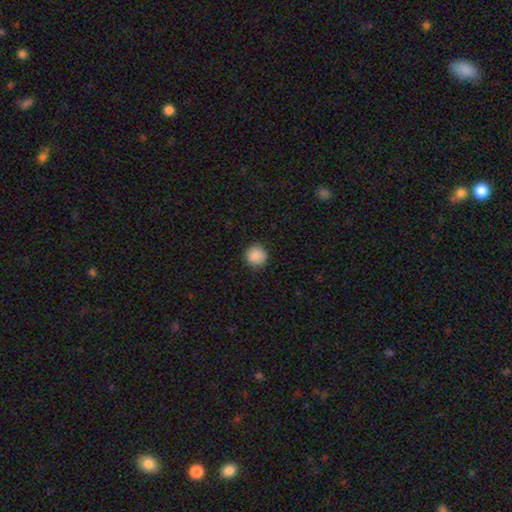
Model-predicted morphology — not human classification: Smooth or featured: smooth — 89% (star or artifact — 8%)
How rounded: round — 93% (in between — 6%)
Merging: none — 90% (minor disturbance — 7%)